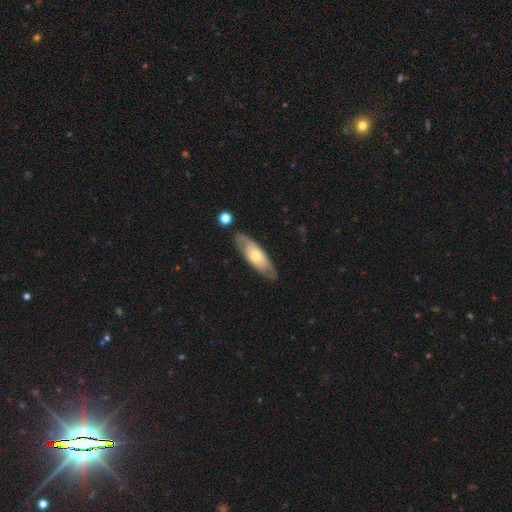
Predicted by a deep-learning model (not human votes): A featured or disk galaxy (53%).

Vote fractions:
- Smooth or featured? featured or disk: 53% / smooth: 42% / star or artifact: 5%
- Edge-on disk? no: 70% / yes: 30%
- Merging? none: 80% / minor disturbance: 14% / major disturbance: 4% / merger: 2%